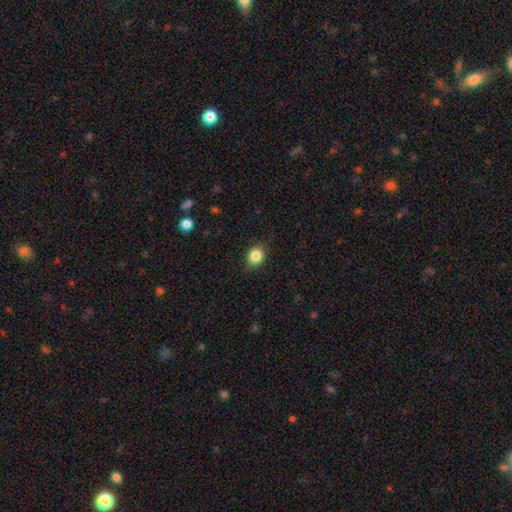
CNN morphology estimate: The model was most divided on "how rounded": round: 58%, in between: 41%, cigar-shaped: 1%. More confident: smooth or featured — smooth (85%); merging — none (84%).